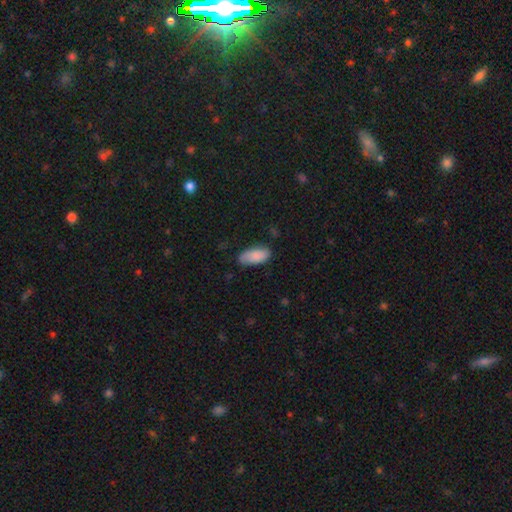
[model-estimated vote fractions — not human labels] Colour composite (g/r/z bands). It shows a smooth galaxy with no disk features (86%) that is in between round and cigar-shaped (89%). Merging: none (76%).